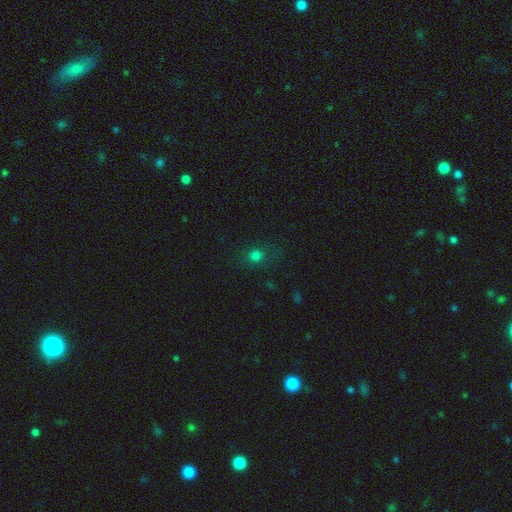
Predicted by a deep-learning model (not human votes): Smooth or featured: smooth — 75% (star or artifact — 18%)
How rounded: round — 79% (in between — 19%)
Merging: none — 77% (minor disturbance — 14%)